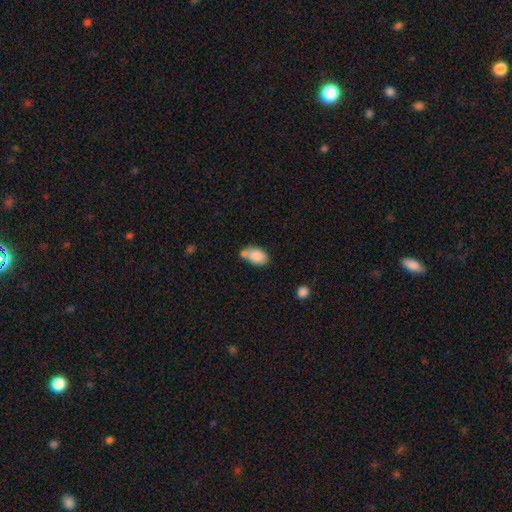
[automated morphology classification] The model was most divided on "merging": none: 45%, merger: 28%, minor disturbance: 21%, major disturbance: 6%. More confident: how rounded — in between (88%); smooth or featured — smooth (84%).